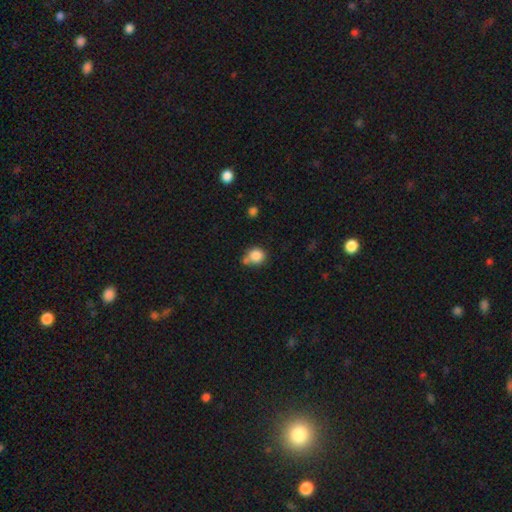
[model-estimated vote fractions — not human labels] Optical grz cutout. It shows a smooth galaxy with no disk features (85%) that is round (82%). Merging: none (53%).